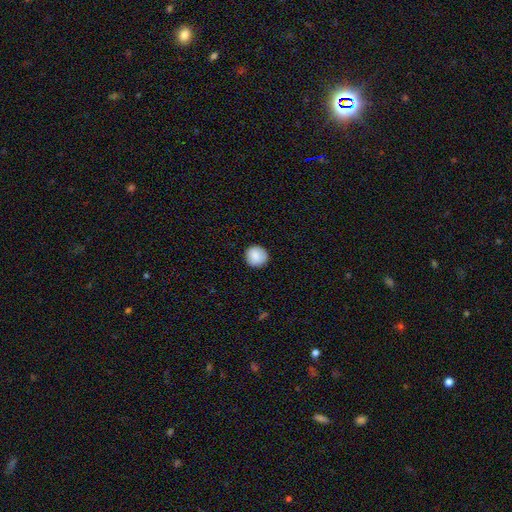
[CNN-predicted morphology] Smooth or featured?
  - smooth: 88% *
  - star or artifact: 7%
  - featured or disk: 4%
How rounded?
  - round: 94% *
  - in between: 5%
  - cigar-shaped: 1%
Merging?
  - none: 91% *
  - minor disturbance: 6%
  - major disturbance: 2%
  - merger: 1%